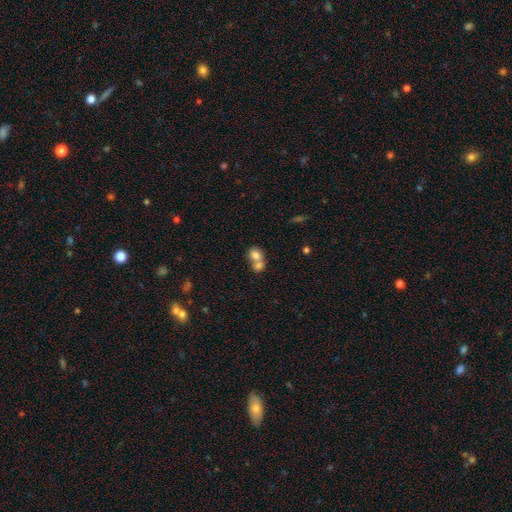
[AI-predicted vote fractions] smooth 77%, featured or disk 14%, star or artifact 9%. Down the decision tree: how rounded — in between (60%); merging — merger (68%).